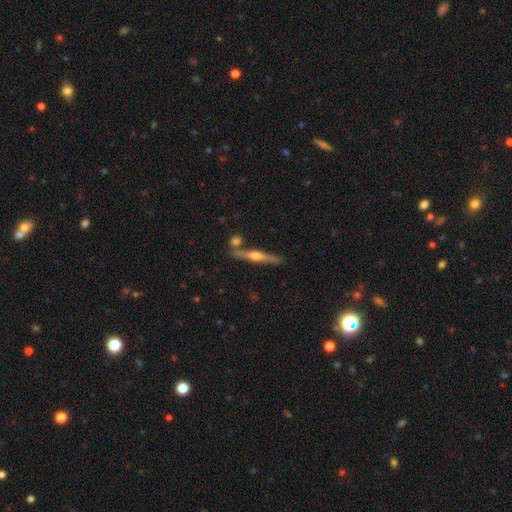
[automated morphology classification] This is likely a featured or disk galaxy (69%). It is clearly viewed edge-on (97%). Edge-on bulge: clearly rounded (92%). Merging: clearly none (81%).